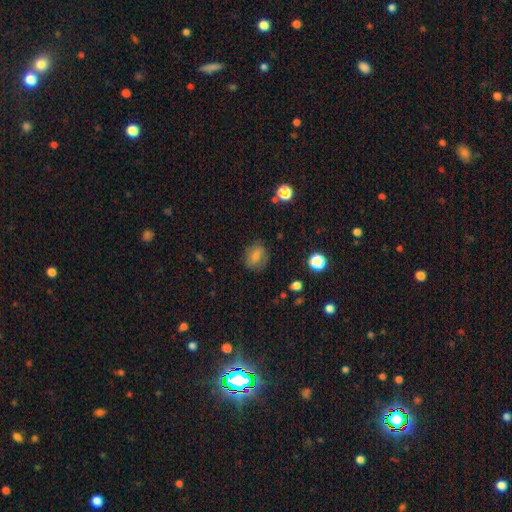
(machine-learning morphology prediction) Smooth or featured: smooth — 74% (featured or disk — 15%)
How rounded: round — 57% (in between — 41%)
Merging: none — 78% (minor disturbance — 15%)